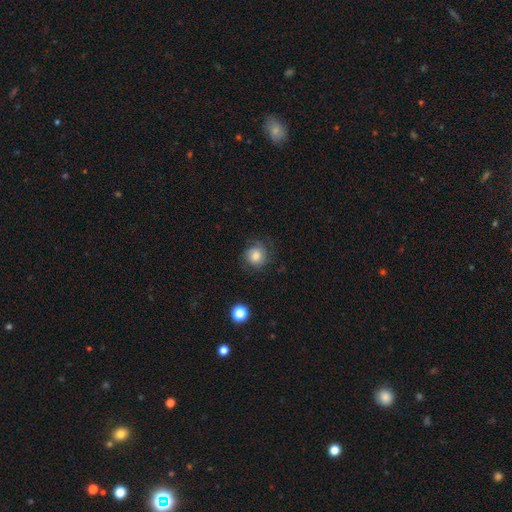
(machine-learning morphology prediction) smooth_or_featured: smooth (p=0.68) [alt: featured or disk p=0.21]
how_rounded: round (p=0.85) [alt: in between p=0.14]
merging: none (p=0.72) [alt: minor disturbance p=0.19]